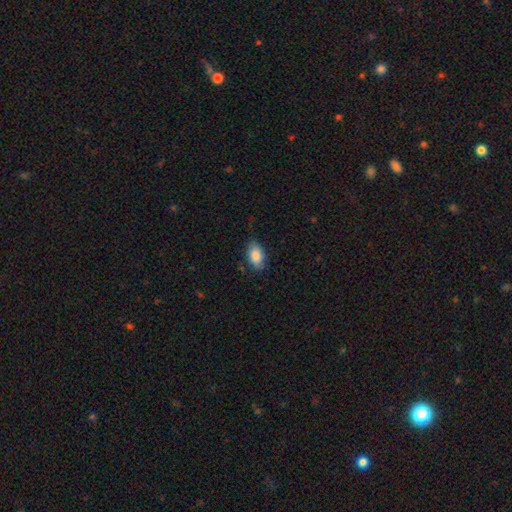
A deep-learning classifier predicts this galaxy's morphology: The model was most divided on "merging": none: 78%, minor disturbance: 17%, major disturbance: 3%, merger: 1%. More confident: how rounded — in between (92%); smooth or featured — smooth (87%).